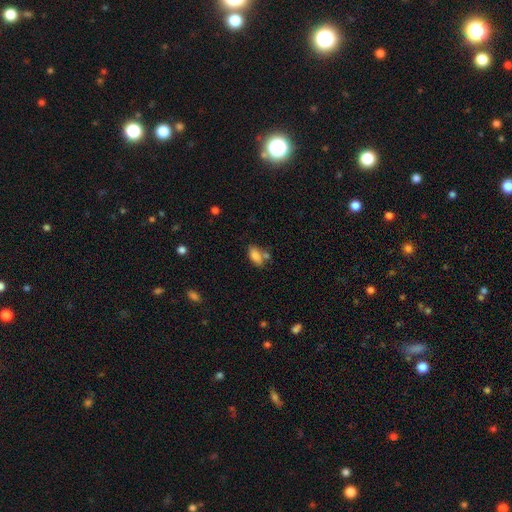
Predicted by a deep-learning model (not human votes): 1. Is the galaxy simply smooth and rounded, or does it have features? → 82% smooth, 9% featured or disk, 9% star or artifact.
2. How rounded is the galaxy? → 89% in between, 6% cigar-shaped, 5% round.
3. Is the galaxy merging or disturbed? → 57% none, 21% merger, 17% minor disturbance, 5% major disturbance.